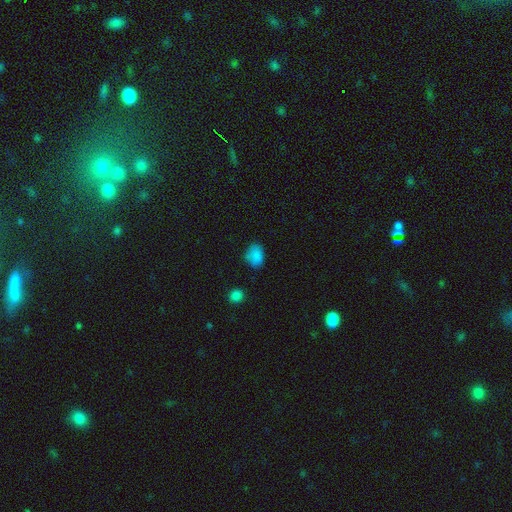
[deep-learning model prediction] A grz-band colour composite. It shows a smooth galaxy with no disk features (84%) that is in between round and cigar-shaped (70%). Merging: none (68%).